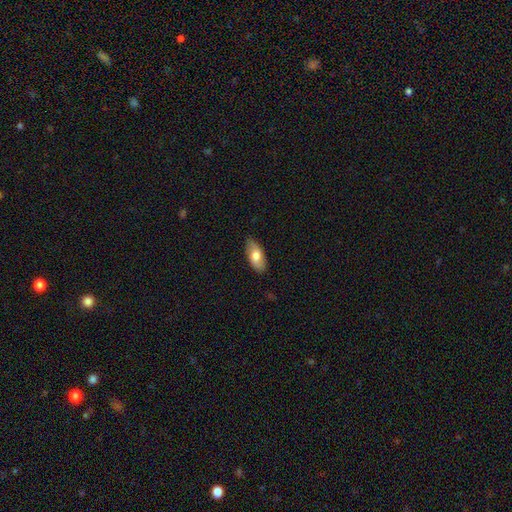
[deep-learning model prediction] Smooth or featured? Predicted: smooth (p=0.71). How rounded? Predicted: in between (p=0.88). Merging? Predicted: none (p=0.84).